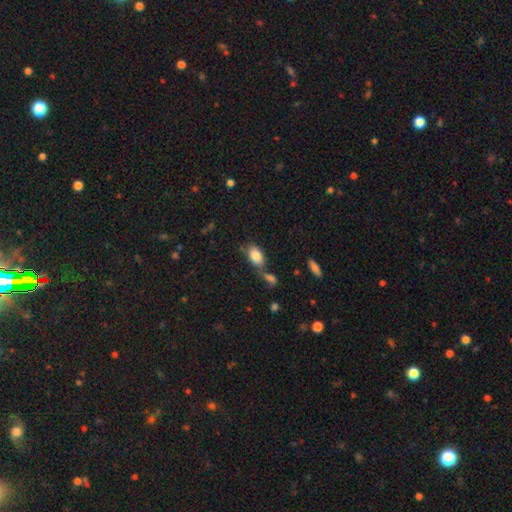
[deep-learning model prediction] Smooth or featured?
  - smooth: 84% *
  - featured or disk: 8%
  - star or artifact: 8%
How rounded?
  - in between: 91% *
  - round: 7%
  - cigar-shaped: 2%
Merging?
  - none: 55% *
  - merger: 24%
  - minor disturbance: 15%
  - major disturbance: 5%